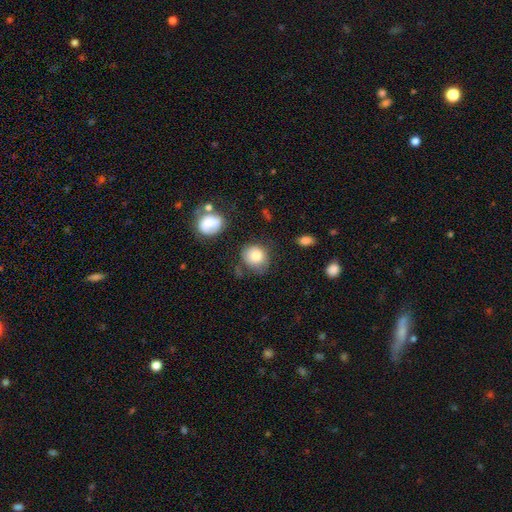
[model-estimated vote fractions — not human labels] This appears to be a smooth galaxy with no disk features (81%) that is round (77%). Merging: none (63%).